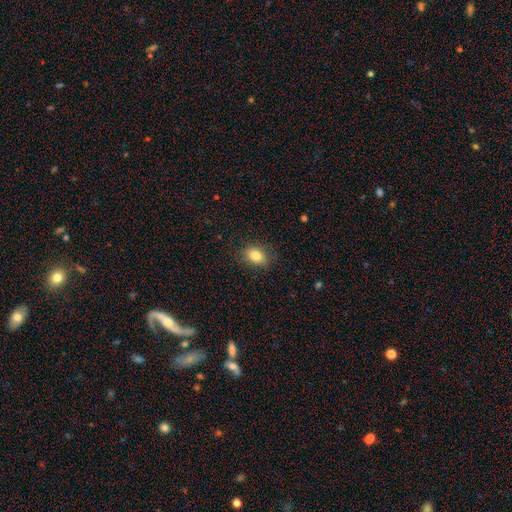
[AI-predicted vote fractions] This is clearly a smooth galaxy (83%). How rounded: likely in between (74%). Merging: clearly none (84%).